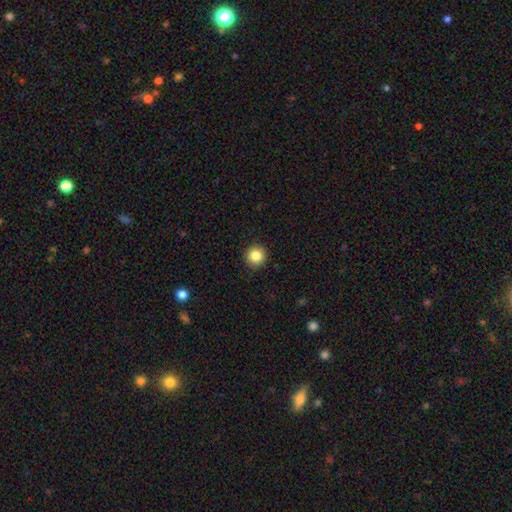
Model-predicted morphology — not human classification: Overall: smooth (86%). How rounded: round (94%). Merging: none (92%).